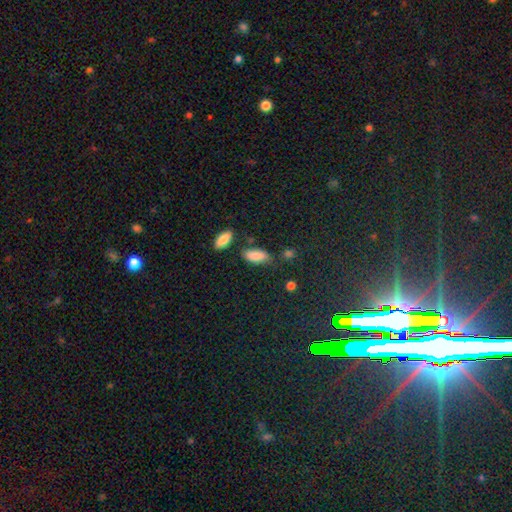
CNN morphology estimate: This is clearly a smooth galaxy (84%). How rounded: clearly in between (86%). Merging: likely none (63%).